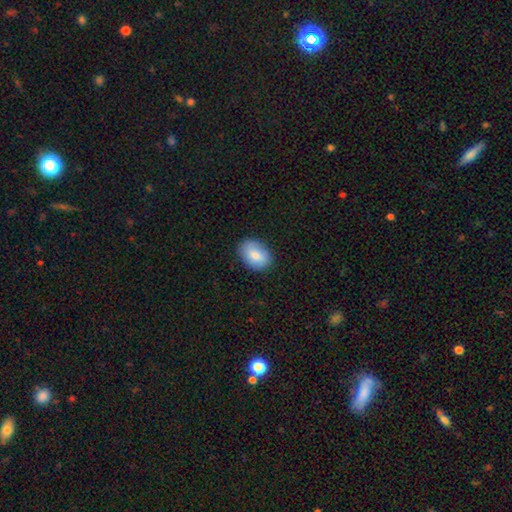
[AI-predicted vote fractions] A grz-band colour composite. It shows a smooth galaxy with no disk features (80%) that is in between round and cigar-shaped (81%). Merging: none (84%).